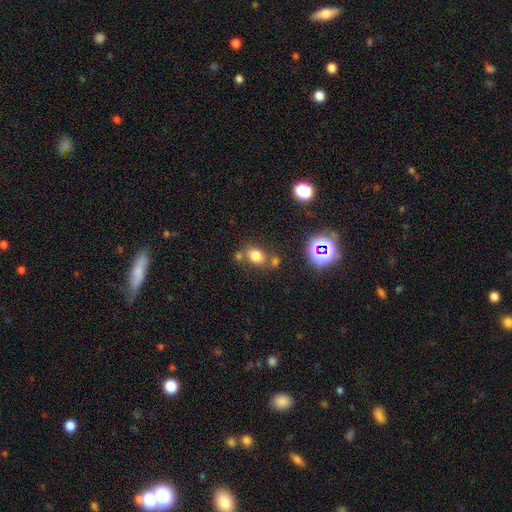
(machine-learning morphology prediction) smooth_or_featured: smooth (p=0.75) [alt: star or artifact p=0.17]
how_rounded: in between (p=0.58) [alt: round p=0.41]
merging: none (p=0.61) [alt: merger p=0.21]